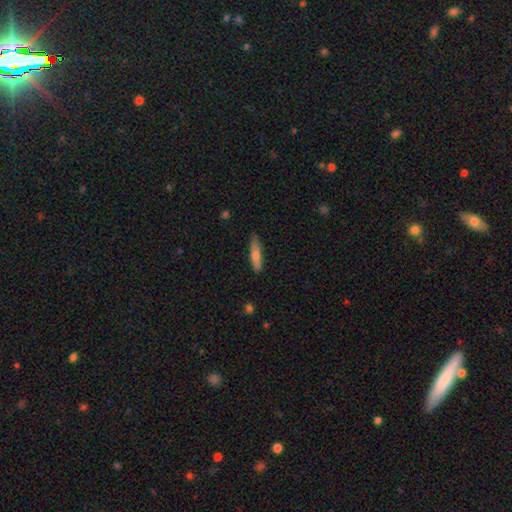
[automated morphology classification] Smooth or featured: smooth — 66% (featured or disk — 28%)
How rounded: cigar-shaped — 79% (in between — 19%)
Merging: none — 85% (minor disturbance — 12%)